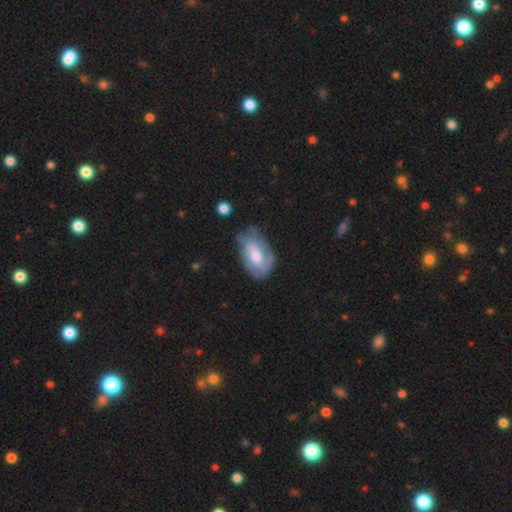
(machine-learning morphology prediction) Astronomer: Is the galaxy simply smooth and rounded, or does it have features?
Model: featured or disk — 52% (runner-up: smooth, 41%).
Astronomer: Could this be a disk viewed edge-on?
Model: no — 93%.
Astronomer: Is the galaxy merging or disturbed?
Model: none — 51% (runner-up: minor disturbance, 33%).